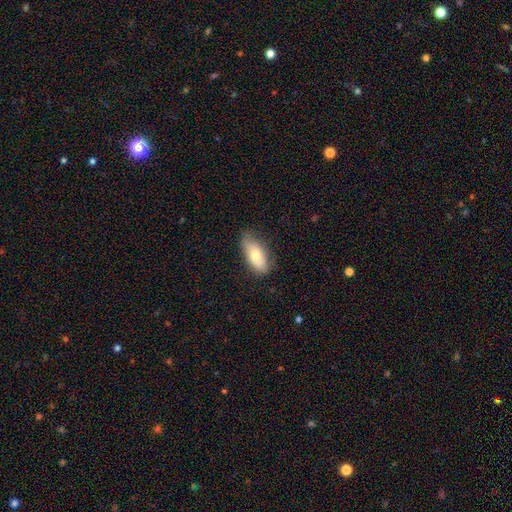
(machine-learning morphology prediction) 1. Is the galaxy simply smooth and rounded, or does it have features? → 73% smooth, 20% featured or disk, 7% star or artifact.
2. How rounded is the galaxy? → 87% in between, 10% cigar-shaped, 3% round.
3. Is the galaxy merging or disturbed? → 70% none, 23% minor disturbance, 5% major disturbance, 1% merger.